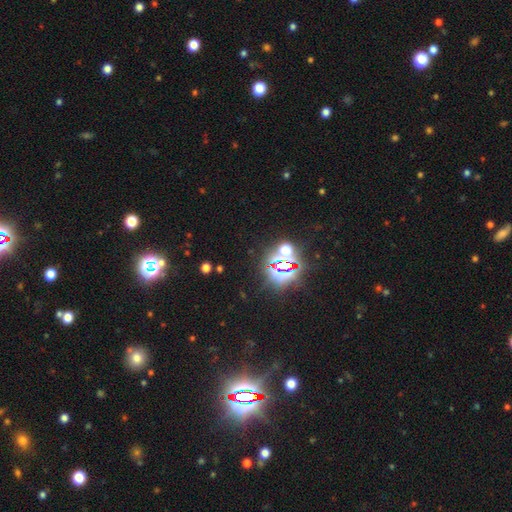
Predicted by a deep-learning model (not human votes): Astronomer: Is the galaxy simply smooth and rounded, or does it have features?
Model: star or artifact — 82%.